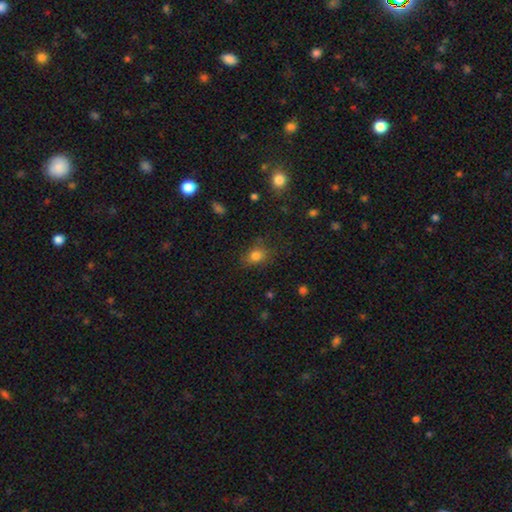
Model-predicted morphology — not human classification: smooth 80%, star or artifact 13%, featured or disk 7%. Down the decision tree: how rounded — in between (56%); merging — none (76%).